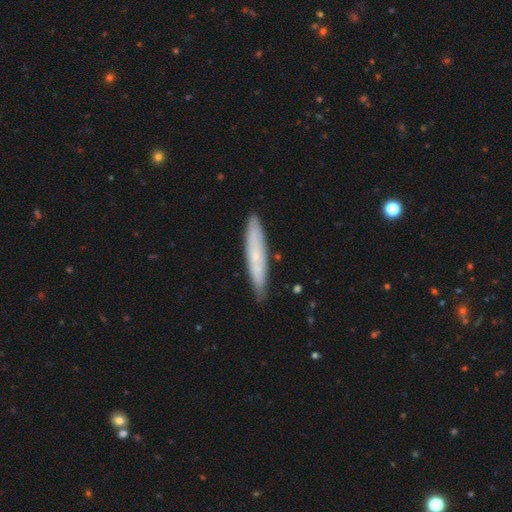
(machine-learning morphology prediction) The model was most divided on "smooth or featured": smooth: 49%, featured or disk: 45%, star or artifact: 6%. More confident: merging — none (84%).